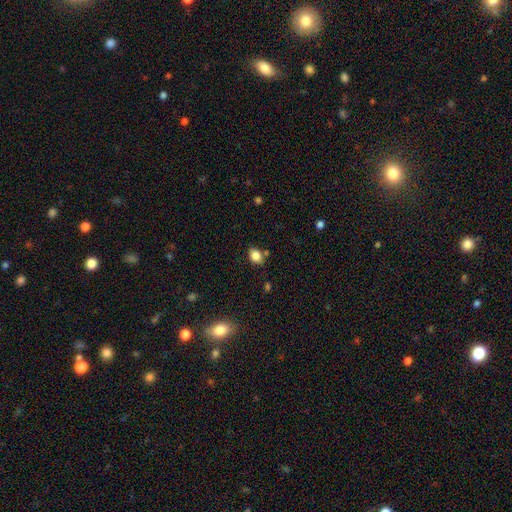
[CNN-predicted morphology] The model was most divided on "how rounded": in between: 65%, round: 34%, cigar-shaped: 1%. More confident: smooth or featured — smooth (83%); merging — none (71%).